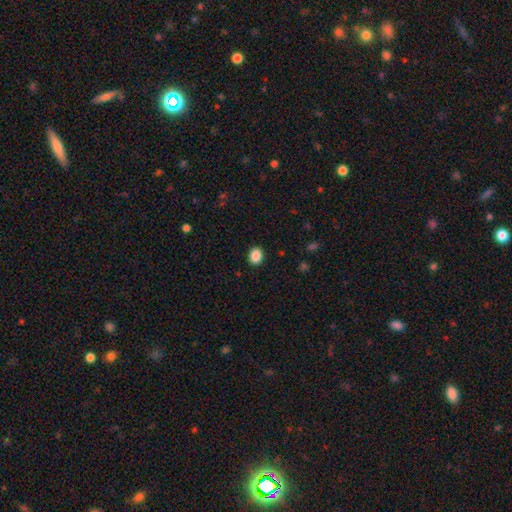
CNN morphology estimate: A smooth galaxy with no disk features (89%) that is in between round and cigar-shaped (51%). Merging: none (90%).